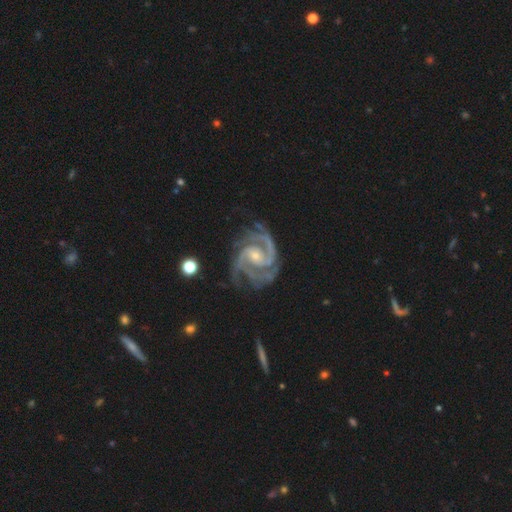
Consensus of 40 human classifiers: Morphology: type=featured or disk (98%); edge-on=no (97%); bar=weak (39%); spiral arms=yes (100%); winding=tight (68%); arm count=2 (37%); bulge=small (68%); merging=none (69%).